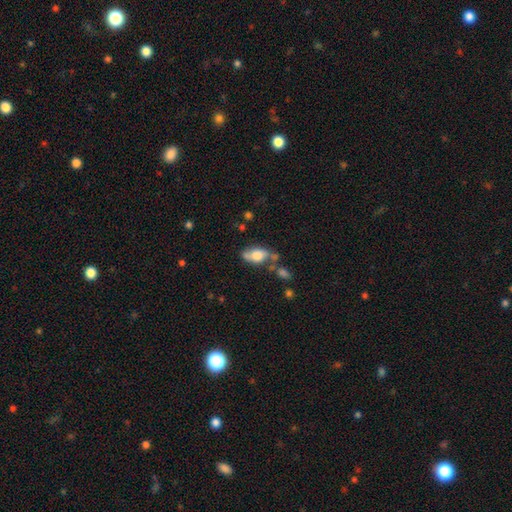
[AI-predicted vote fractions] smooth 59%, featured or disk 32%, star or artifact 9%. Down the decision tree: how rounded — in between (85%); merging — none (48%).